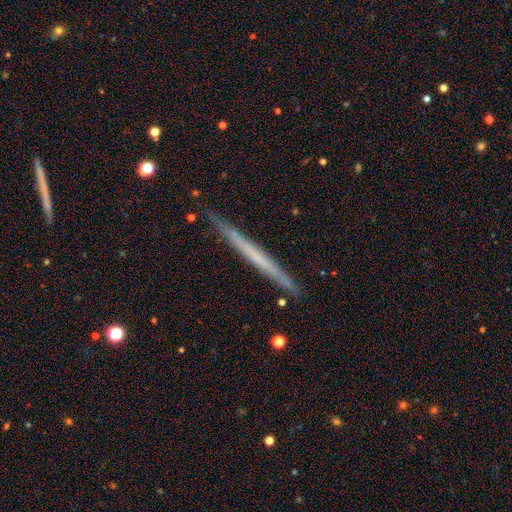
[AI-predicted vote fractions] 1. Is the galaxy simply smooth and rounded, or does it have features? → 54% featured or disk, 39% smooth, 6% star or artifact.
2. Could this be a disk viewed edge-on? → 97% yes, 3% no.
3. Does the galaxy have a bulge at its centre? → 91% none, 6% rounded, 3% boxy.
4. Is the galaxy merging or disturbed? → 89% none, 8% minor disturbance, 1% major disturbance, 1% merger.